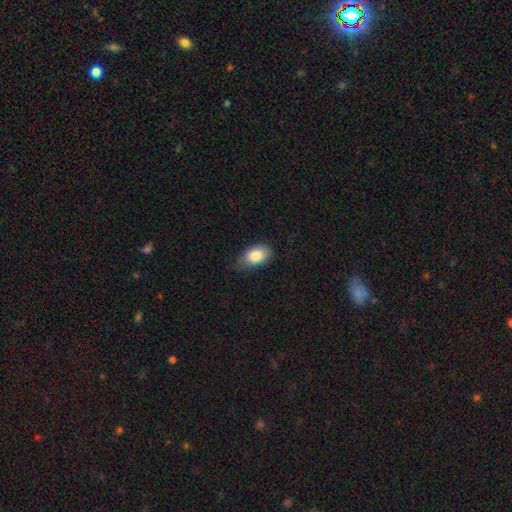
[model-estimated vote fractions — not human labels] Smooth or featured: smooth — 85% (featured or disk — 8%)
How rounded: in between — 91% (round — 7%)
Merging: none — 66% (minor disturbance — 27%)